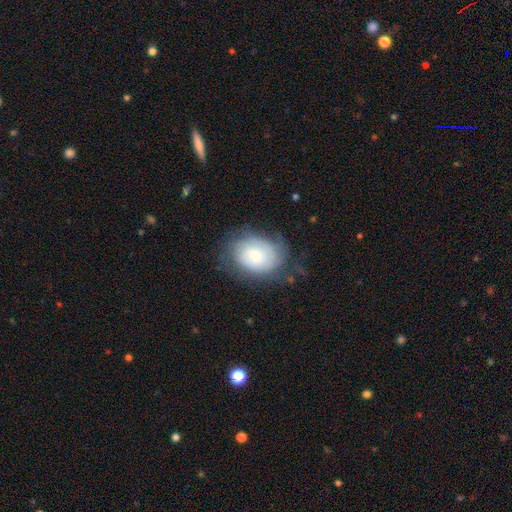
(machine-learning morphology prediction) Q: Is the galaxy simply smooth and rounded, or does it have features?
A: smooth — 52%.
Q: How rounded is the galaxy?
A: in between — 67%.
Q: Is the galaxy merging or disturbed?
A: none — 57%.